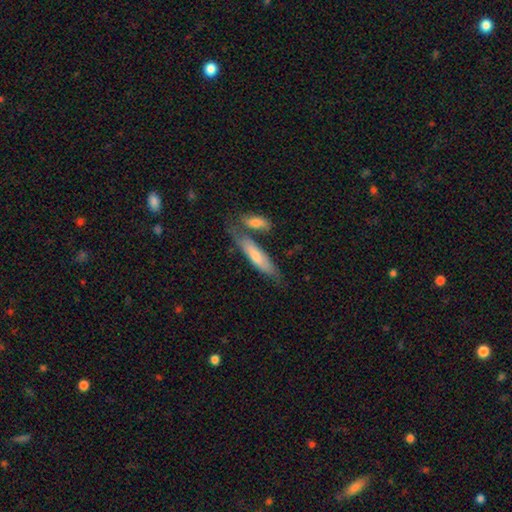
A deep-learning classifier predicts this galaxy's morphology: Q: Smooth or featured?
A: featured or disk (49%); runner-up: smooth (42%)
Q: Merging?
A: none (63%); runner-up: merger (21%)